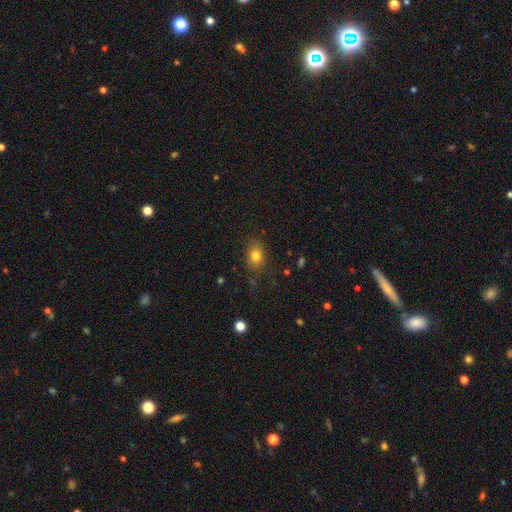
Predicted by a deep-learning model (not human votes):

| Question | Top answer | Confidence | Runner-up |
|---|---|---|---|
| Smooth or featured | smooth | 80% | star or artifact (12%) |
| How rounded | in between | 61% | round (37%) |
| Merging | none | 78% | minor disturbance (16%) |